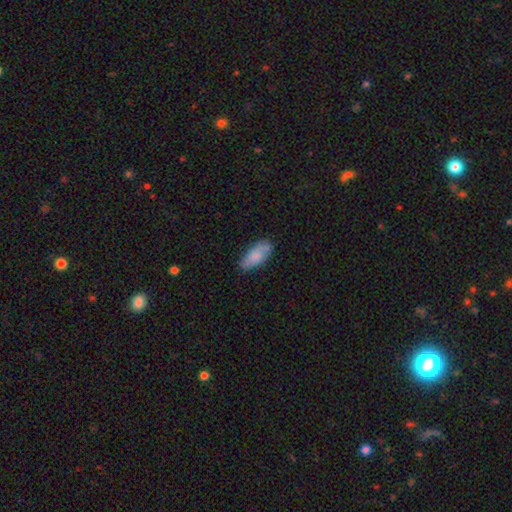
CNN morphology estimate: type=smooth (77%); roundness=in between (87%); merging=none (70%).